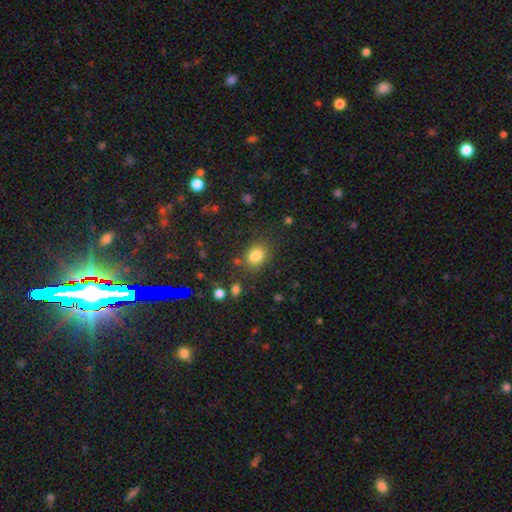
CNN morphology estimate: The model was most divided on "how rounded": round: 54%, in between: 45%, cigar-shaped: 1%. More confident: smooth or featured — smooth (82%); merging — none (77%).